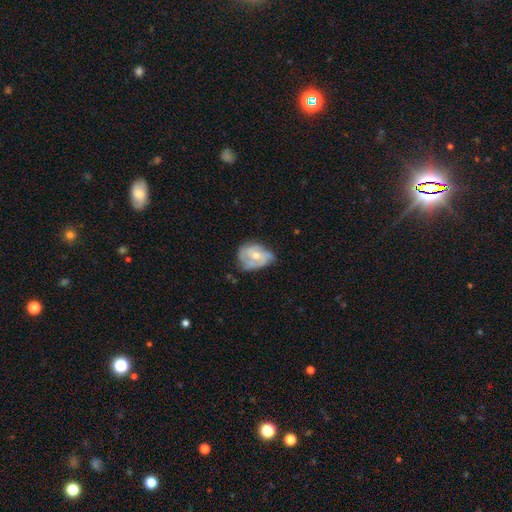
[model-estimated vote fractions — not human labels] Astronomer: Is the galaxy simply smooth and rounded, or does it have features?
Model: featured or disk — 64%.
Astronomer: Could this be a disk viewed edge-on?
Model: no — 97%.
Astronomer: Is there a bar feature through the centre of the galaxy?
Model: no — 72%.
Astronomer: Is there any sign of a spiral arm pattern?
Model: yes — 72%.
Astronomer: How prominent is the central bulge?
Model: moderate — 60%.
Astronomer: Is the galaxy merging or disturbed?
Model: none — 45% (runner-up: minor disturbance, 35%).